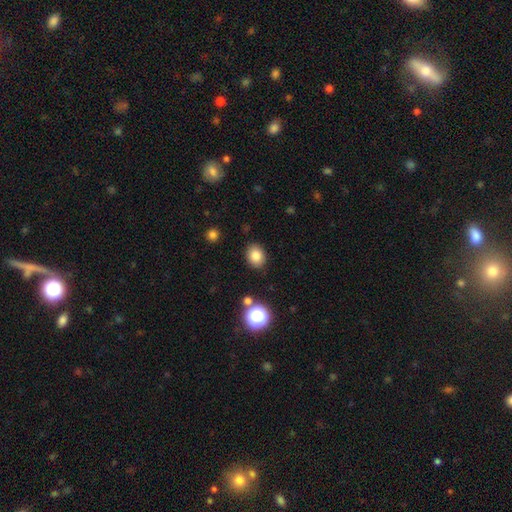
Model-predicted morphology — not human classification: The model was most divided on "how rounded": in between: 51%, round: 48%, cigar-shaped: 1%. More confident: merging — none (86%); smooth or featured — smooth (83%).